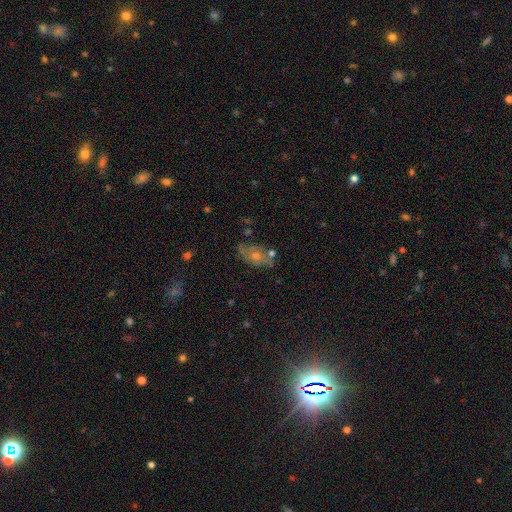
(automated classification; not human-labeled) The model was most divided on "smooth or featured": featured or disk: 44%, smooth: 32%, star or artifact: 24%. More confident: merging — none (65%).